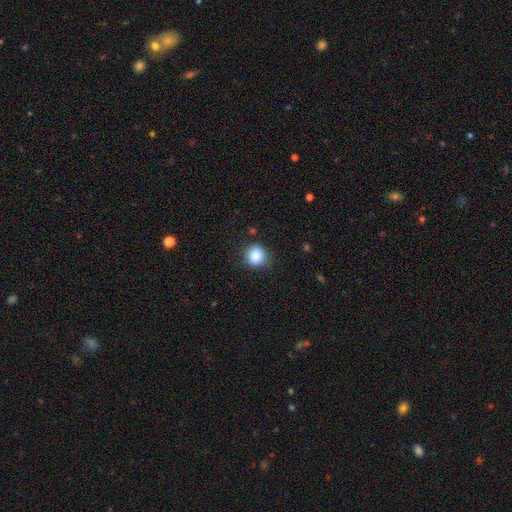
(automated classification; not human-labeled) This appears to be a smooth galaxy with no disk features (85%) that is round (86%). Merging: none (80%).